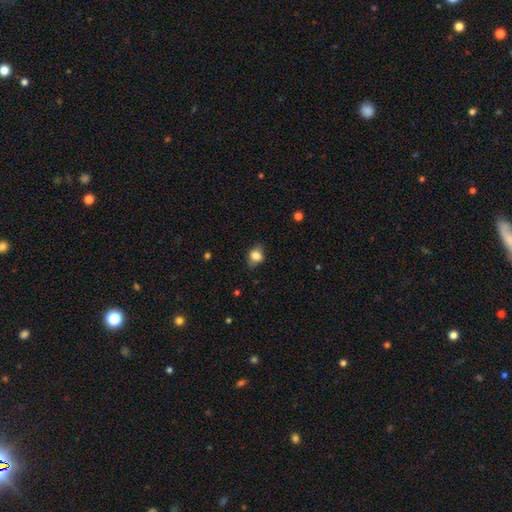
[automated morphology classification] Smooth or featured? smooth (74%)
How rounded? in between (60%)
Merging? none (72%)